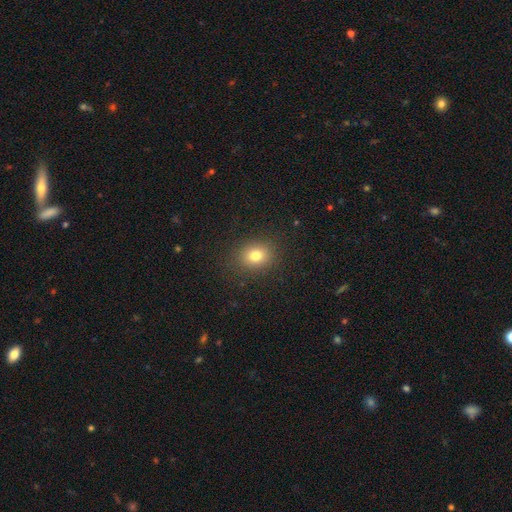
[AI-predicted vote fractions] Smooth or featured: smooth — 79% (star or artifact — 13%)
How rounded: round — 61% (in between — 38%)
Merging: none — 88% (minor disturbance — 8%)